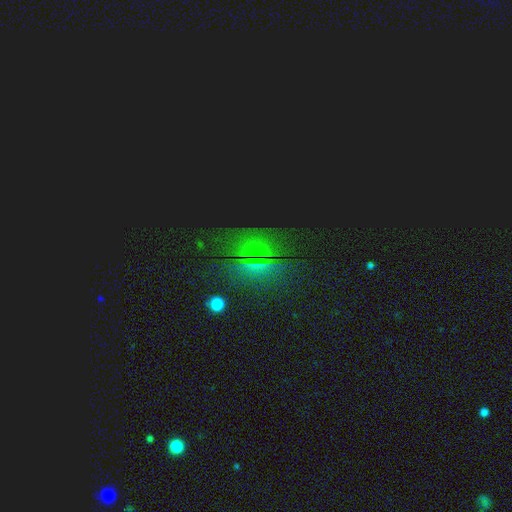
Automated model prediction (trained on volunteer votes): This appears to be a star or artifact, not a galaxy (58%).